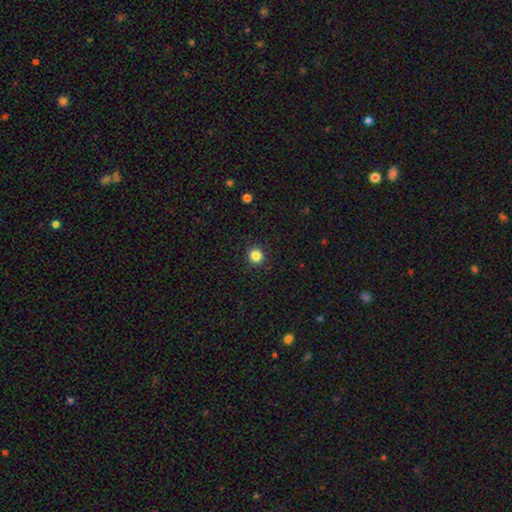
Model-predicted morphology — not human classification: smooth-or-featured: smooth: 84% | star or artifact: 12% | featured or disk: 4%
  how-rounded: round: 93% | in between: 6% | cigar-shaped: 1%
  merging: none: 92% | minor disturbance: 5% | major disturbance: 2% | merger: 1%